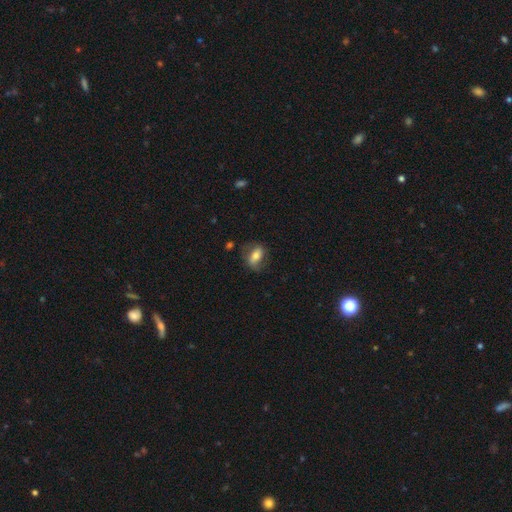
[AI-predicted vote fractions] A smooth galaxy with no disk features (64%) that is in between round and cigar-shaped (81%).

Vote fractions:
- Smooth or featured? smooth: 64% / featured or disk: 29% / star or artifact: 8%
- How rounded? in between: 81% / round: 13% / cigar-shaped: 6%
- Merging? none: 66% / minor disturbance: 21% / major disturbance: 10% / merger: 2%